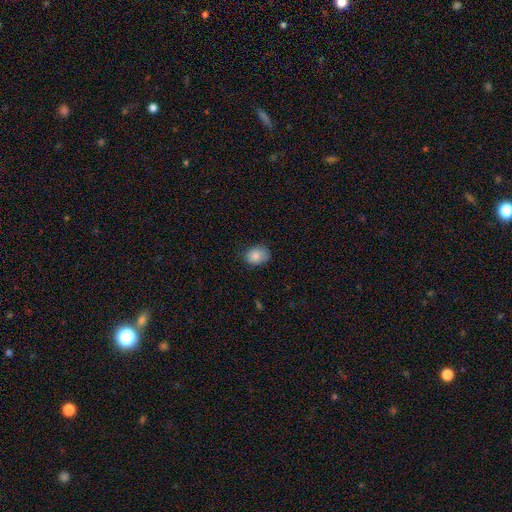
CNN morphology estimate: Overall: smooth (85%). How rounded: in between (65%; round 34%). Merging: none (69%).